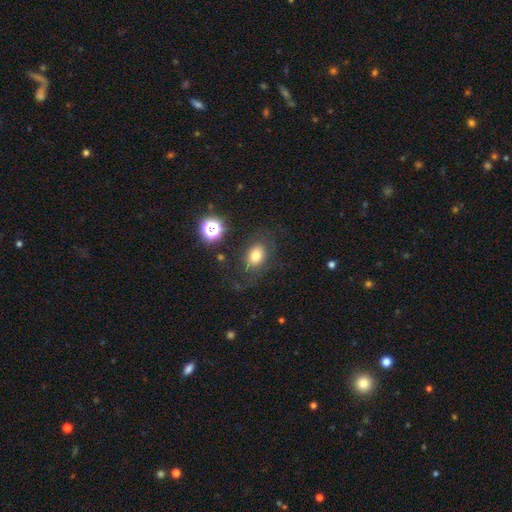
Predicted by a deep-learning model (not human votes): Morphology: type=smooth (70%); roundness=in between (70%); merging=none (69%).